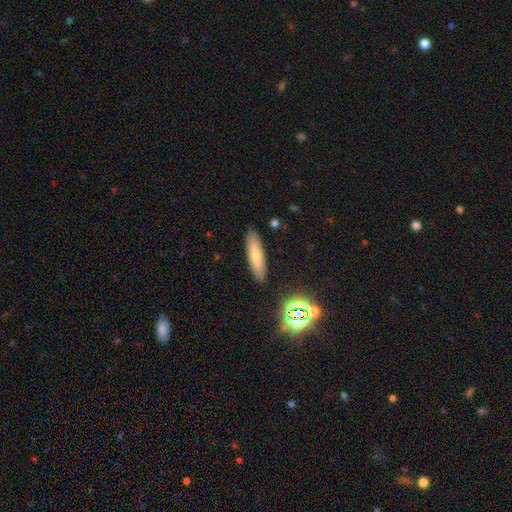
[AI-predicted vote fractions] Q: Smooth or featured?
A: smooth (66%); runner-up: featured or disk (24%)
Q: How rounded?
A: cigar-shaped (72%); runner-up: in between (26%)
Q: Merging?
A: none (88%); runner-up: minor disturbance (9%)